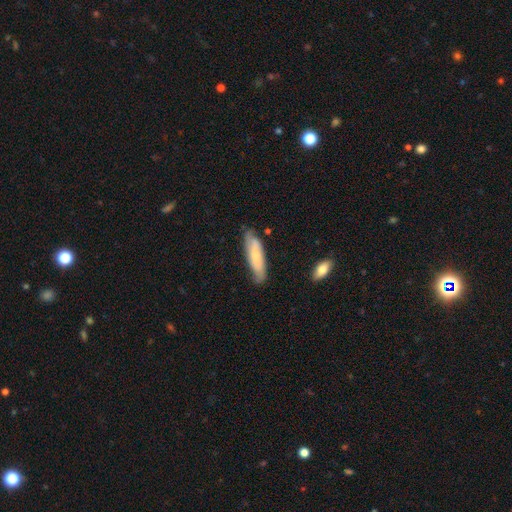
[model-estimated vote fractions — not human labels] Smooth or featured: smooth — 59% (featured or disk — 35%)
How rounded: cigar-shaped — 64% (in between — 34%)
Merging: none — 71% (minor disturbance — 23%)